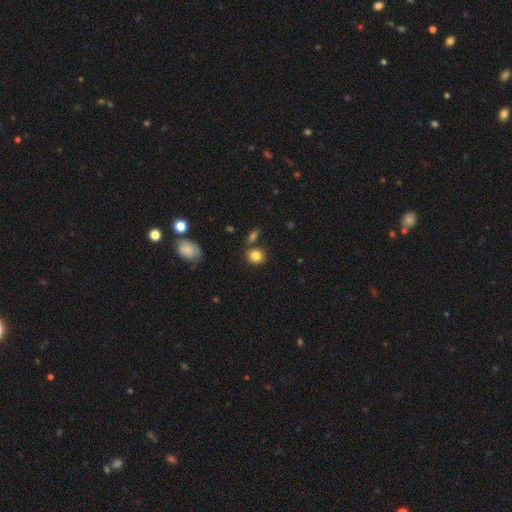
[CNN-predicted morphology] Smooth or featured? Predicted: smooth (p=0.83). How rounded? Predicted: round (p=0.75). Merging? Predicted: none (p=0.71).